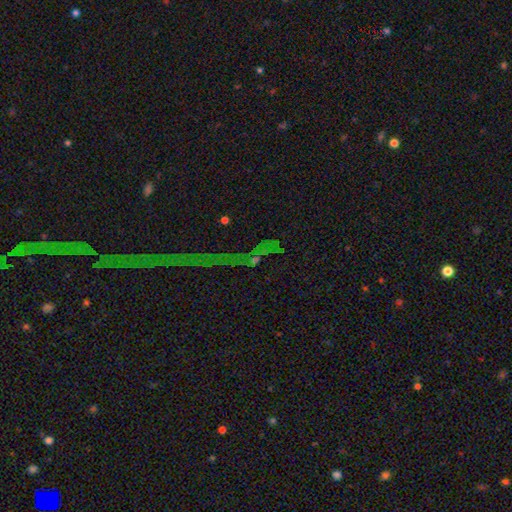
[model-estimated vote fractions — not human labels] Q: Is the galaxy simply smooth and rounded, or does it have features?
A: star or artifact — 79%.